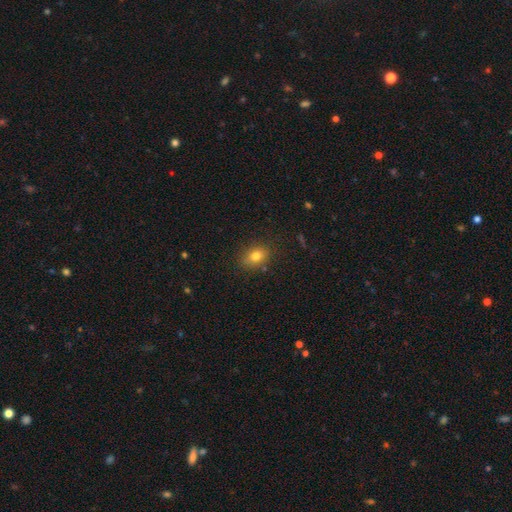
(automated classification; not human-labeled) Q: Smooth or featured?
A: smooth (79%); runner-up: star or artifact (12%)
Q: How rounded?
A: in between (65%); runner-up: round (33%)
Q: Merging?
A: none (81%); runner-up: minor disturbance (14%)